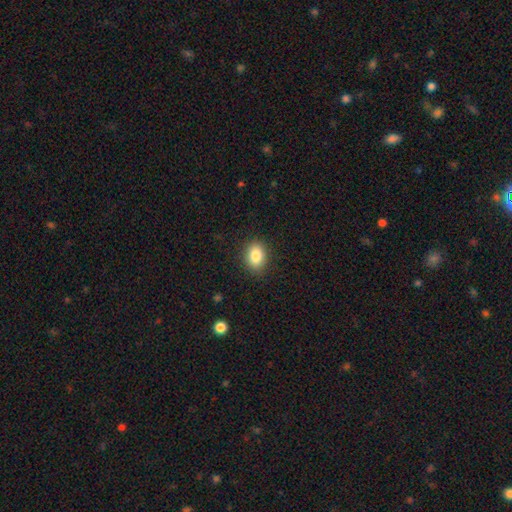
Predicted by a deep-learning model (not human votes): Smooth or featured: smooth — 85% (star or artifact — 9%)
How rounded: in between — 68% (round — 31%)
Merging: none — 88% (minor disturbance — 9%)